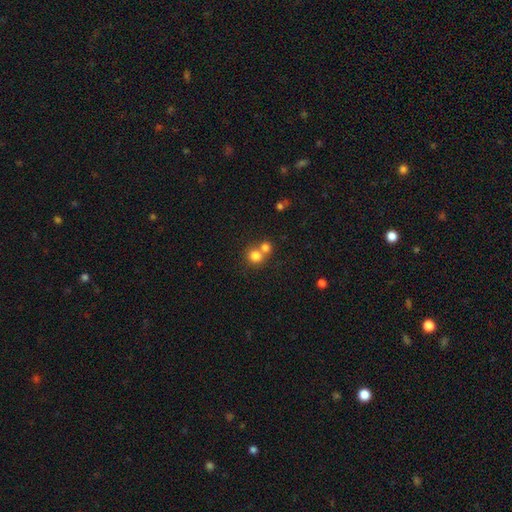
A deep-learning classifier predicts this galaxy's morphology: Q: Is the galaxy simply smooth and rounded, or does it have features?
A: smooth — 79%.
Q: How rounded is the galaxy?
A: round — 87%.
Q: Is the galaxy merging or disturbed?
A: merger — 47%.